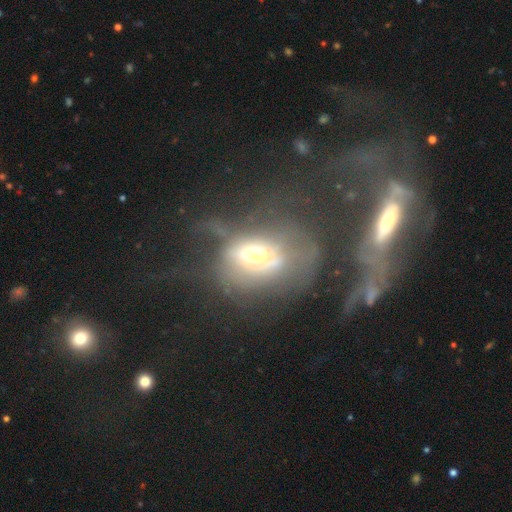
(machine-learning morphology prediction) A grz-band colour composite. It shows a featured or disk galaxy (55%). Merging: major disturbance (44%).